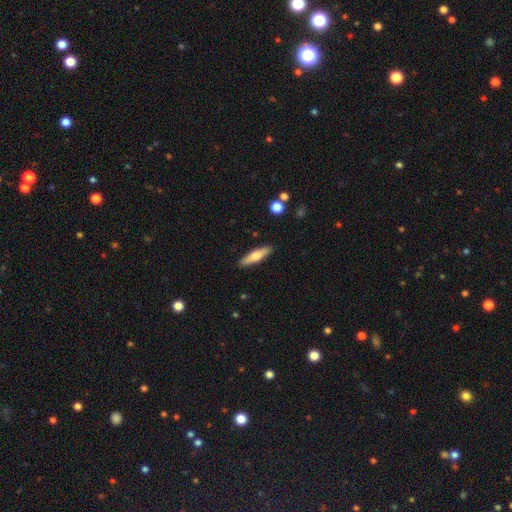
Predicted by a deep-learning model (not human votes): Overall: smooth (59%; featured or disk 36%). How rounded: cigar-shaped (75%). Merging: none (89%).